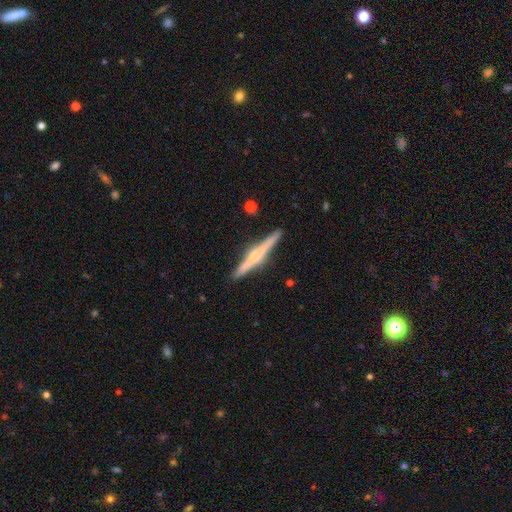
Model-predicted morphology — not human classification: Smooth or featured?
  - featured or disk: 69% *
  - smooth: 25%
  - star or artifact: 6%
Edge-on disk?
  - yes: 98% *
  - no: 2%
Edge-on bulge?
  - rounded: 65% *
  - boxy: 20%
  - none: 15%
Merging?
  - none: 90% *
  - minor disturbance: 7%
  - major disturbance: 2%
  - merger: 1%